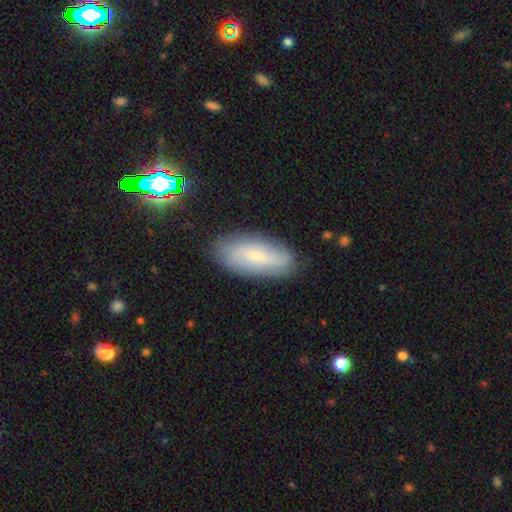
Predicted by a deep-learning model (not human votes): Q: Smooth or featured?
A: featured or disk (49%); runner-up: smooth (41%)
Q: Merging?
A: none (82%); runner-up: minor disturbance (13%)